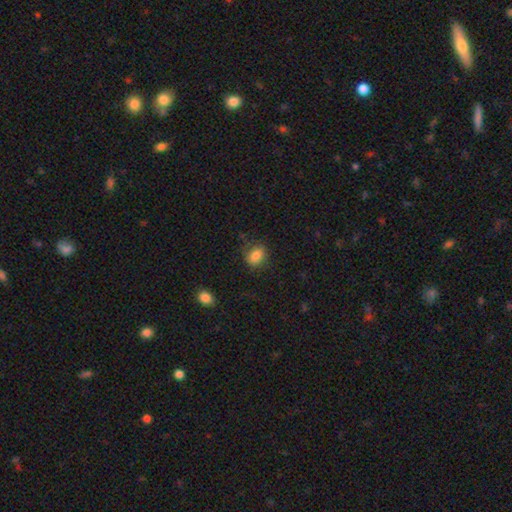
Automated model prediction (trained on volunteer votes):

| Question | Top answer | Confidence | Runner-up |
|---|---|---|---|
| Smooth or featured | smooth | 84% | star or artifact (10%) |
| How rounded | in between | 56% | round (43%) |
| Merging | none | 77% | minor disturbance (16%) |